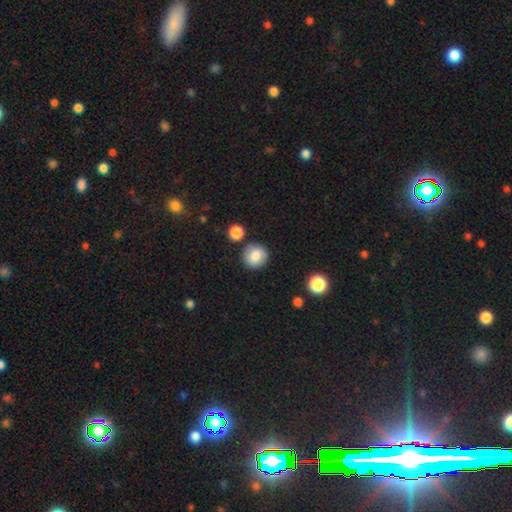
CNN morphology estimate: smooth 81%, featured or disk 10%, star or artifact 9%. Down the decision tree: how rounded — round (91%); merging — none (84%).